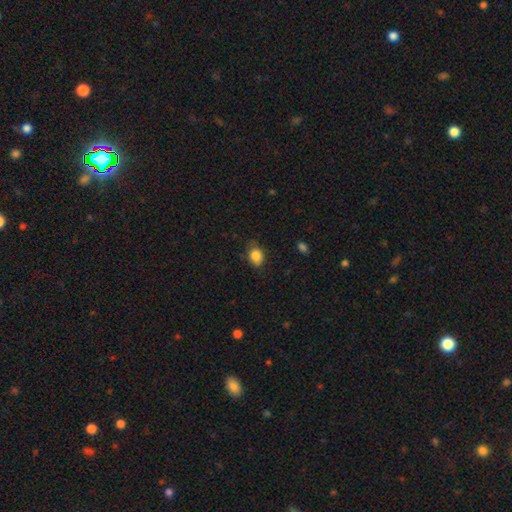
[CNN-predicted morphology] Smooth or featured? smooth (86%)
How rounded? in between (65%)
Merging? none (73%)